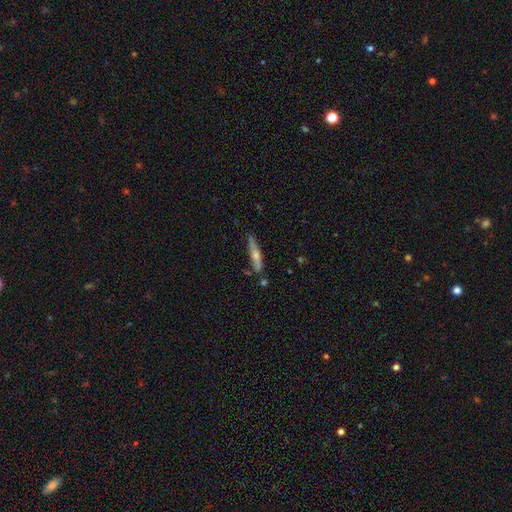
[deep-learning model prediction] Smooth or featured: smooth — 52% (featured or disk — 42%)
How rounded: cigar-shaped — 86% (in between — 12%)
Merging: none — 73% (minor disturbance — 18%)